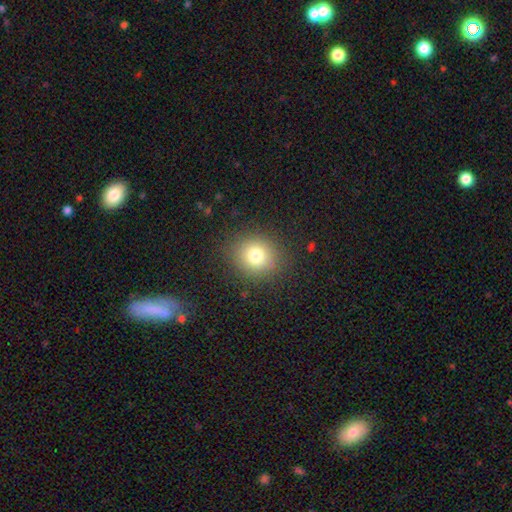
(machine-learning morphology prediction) Smooth or featured? smooth (77%)
How rounded? round (82%)
Merging? none (87%)